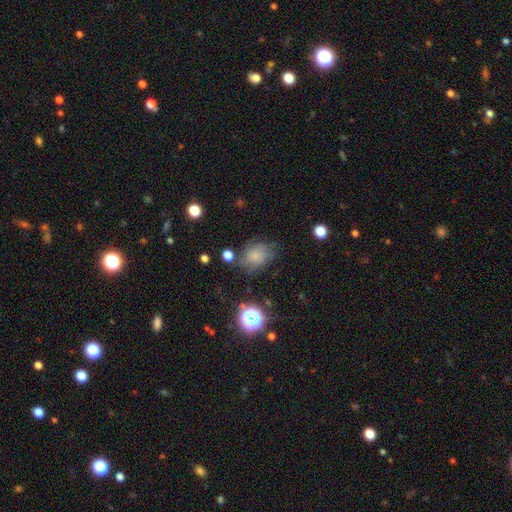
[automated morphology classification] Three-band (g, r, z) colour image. It shows a smooth galaxy with no disk features (68%) that is in between round and cigar-shaped (53%). Merging: none (61%).